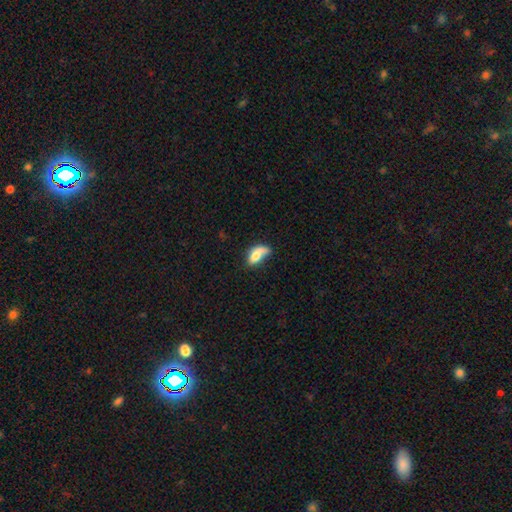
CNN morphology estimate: Smooth or featured: smooth — 68% (featured or disk — 24%)
How rounded: in between — 86% (cigar-shaped — 7%)
Merging: none — 32% (major disturbance — 28%)